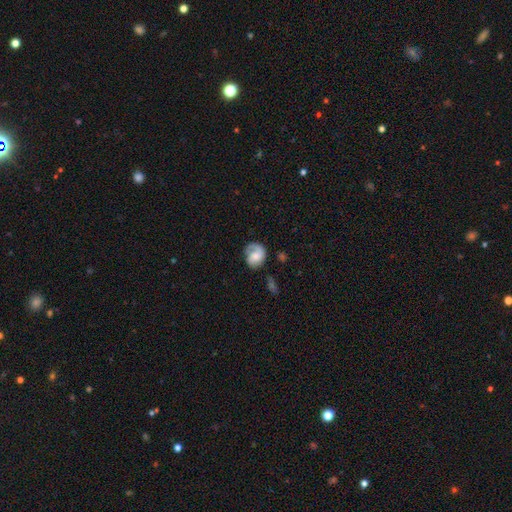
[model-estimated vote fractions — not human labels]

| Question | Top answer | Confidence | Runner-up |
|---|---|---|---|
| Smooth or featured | featured or disk | 54% | smooth (39%) |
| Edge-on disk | no | 97% | yes (3%) |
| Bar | no | 71% | weak (25%) |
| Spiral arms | yes | 86% | no (14%) |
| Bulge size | moderate | 41% | small (28%) |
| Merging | none | 53% | minor disturbance (25%) |